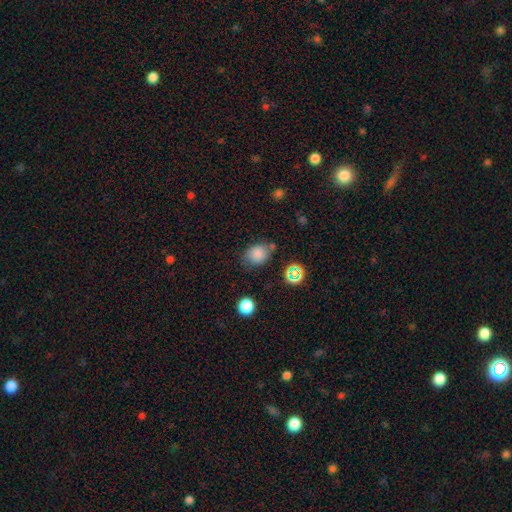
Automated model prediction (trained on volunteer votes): Smooth or featured?
  - smooth: 79% *
  - star or artifact: 14%
  - featured or disk: 7%
How rounded?
  - in between: 52% *
  - round: 46%
  - cigar-shaped: 1%
Merging?
  - none: 68% *
  - minor disturbance: 21%
  - merger: 6%
  - major disturbance: 5%